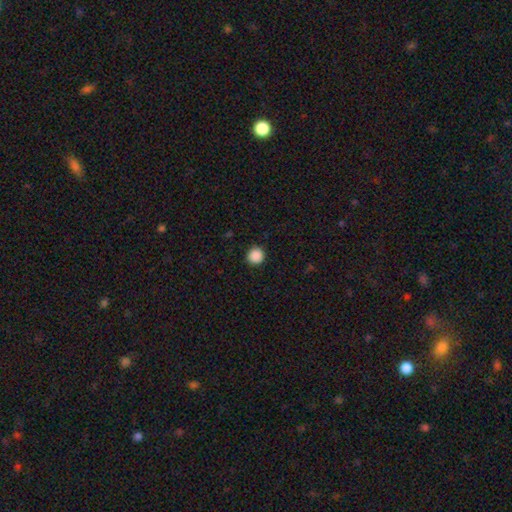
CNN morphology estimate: Smooth or featured? smooth (89%)
How rounded? round (94%)
Merging? none (92%)